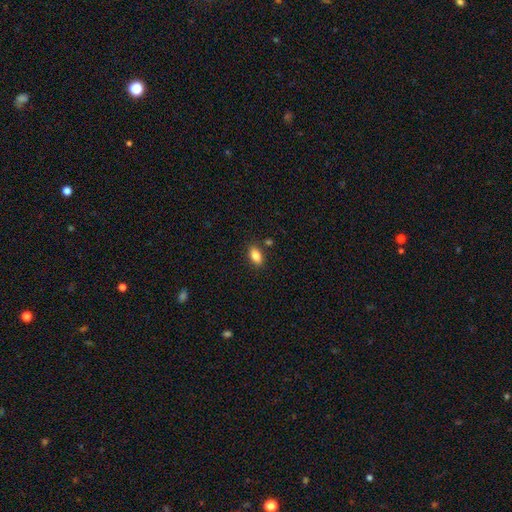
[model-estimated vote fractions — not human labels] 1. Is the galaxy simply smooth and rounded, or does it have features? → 85% smooth, 8% star or artifact, 7% featured or disk.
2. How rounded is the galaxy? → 89% in between, 7% round, 4% cigar-shaped.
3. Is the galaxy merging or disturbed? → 84% none, 10% minor disturbance, 4% merger, 2% major disturbance.